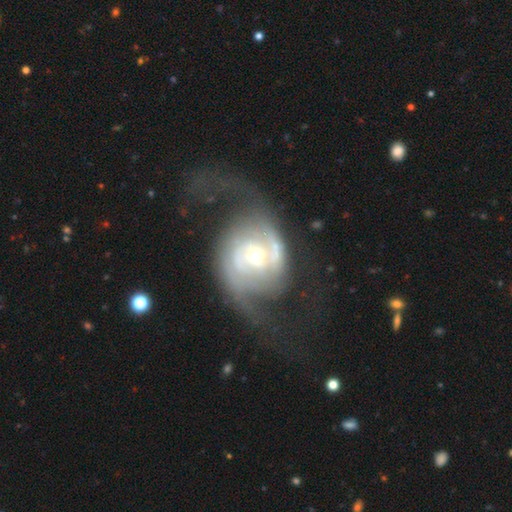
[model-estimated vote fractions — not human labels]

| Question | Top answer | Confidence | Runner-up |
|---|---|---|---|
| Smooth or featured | featured or disk | 85% | smooth (10%) |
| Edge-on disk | no | 97% | yes (3%) |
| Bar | no | 57% | weak (31%) |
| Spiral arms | yes | 92% | no (8%) |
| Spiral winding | medium | 40% | loose (31%) |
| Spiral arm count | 2 | 78% | can't tell (10%) |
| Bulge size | moderate | 54% | small (40%) |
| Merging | none | 48% | major disturbance (31%) |